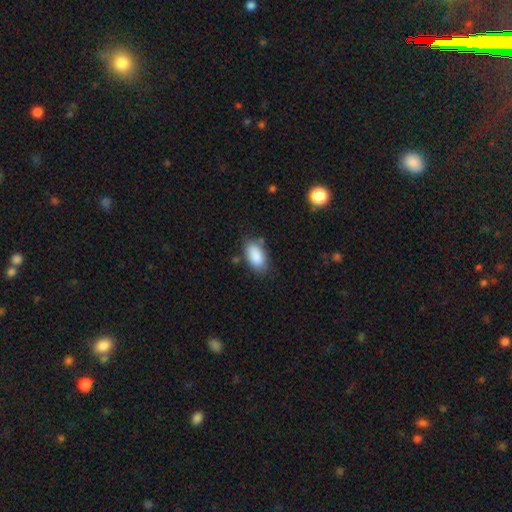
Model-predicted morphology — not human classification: A smooth galaxy with no disk features (88%) that is in between round and cigar-shaped (93%).

Vote fractions:
- Smooth or featured? smooth: 88% / star or artifact: 7% / featured or disk: 5%
- How rounded? in between: 93% / cigar-shaped: 4% / round: 3%
- Merging? none: 75% / minor disturbance: 17% / major disturbance: 4% / merger: 4%